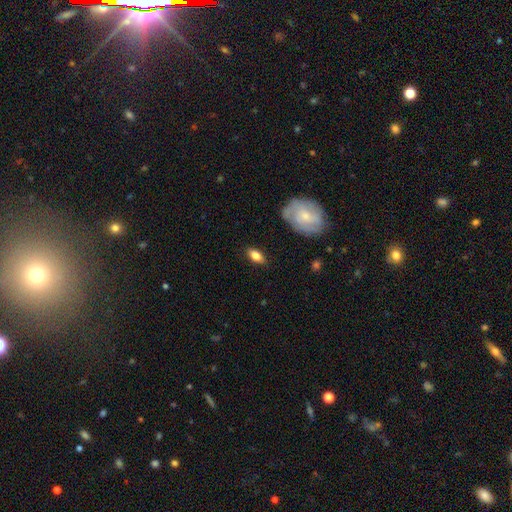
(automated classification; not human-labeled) This appears to be a smooth galaxy with no disk features (77%) that is in between round and cigar-shaped (87%). Merging: none (83%).